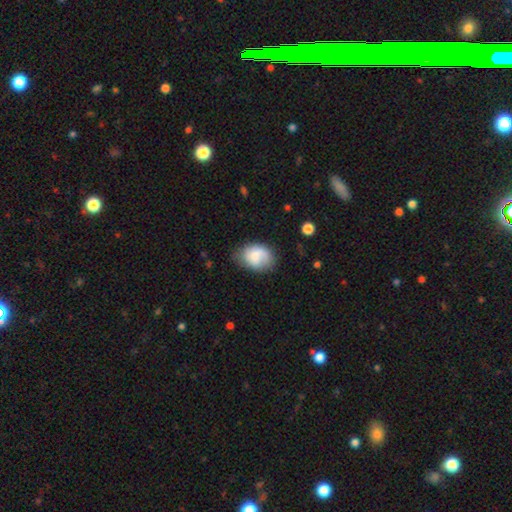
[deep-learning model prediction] Smooth or featured?
  - smooth: 64% *
  - featured or disk: 28%
  - star or artifact: 8%
How rounded?
  - in between: 67% *
  - round: 32%
  - cigar-shaped: 1%
Merging?
  - none: 61% *
  - minor disturbance: 27%
  - major disturbance: 10%
  - merger: 2%